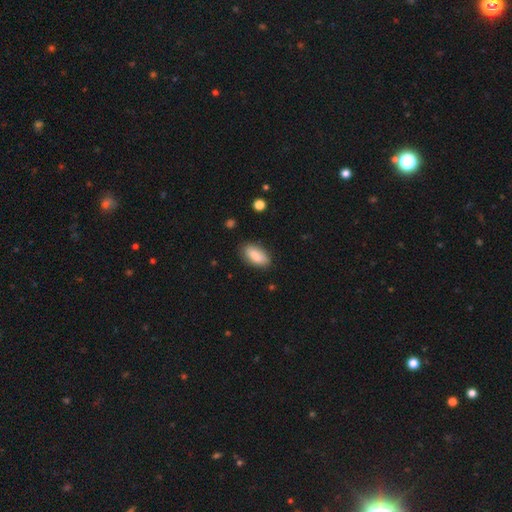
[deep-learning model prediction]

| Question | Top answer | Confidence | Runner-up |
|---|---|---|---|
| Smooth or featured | smooth | 86% | featured or disk (8%) |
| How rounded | in between | 89% | cigar-shaped (9%) |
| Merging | none | 81% | minor disturbance (15%) |